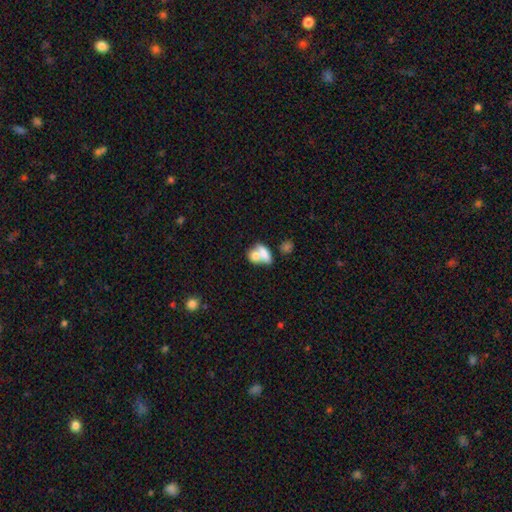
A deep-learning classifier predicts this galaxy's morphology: type=smooth (74%); roundness=in between (70%); merging=merger (69%).